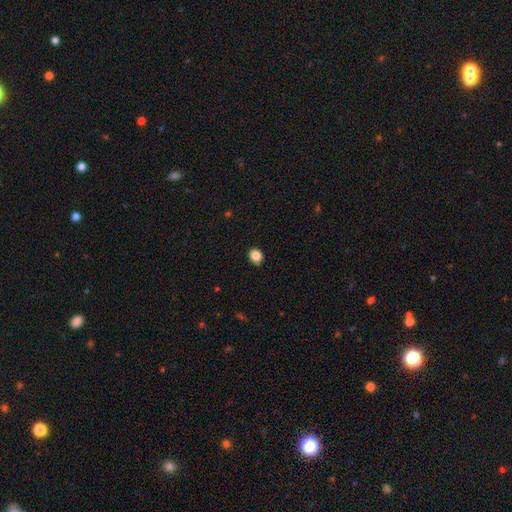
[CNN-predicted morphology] type=smooth (86%); roundness=round (74%); merging=none (87%).